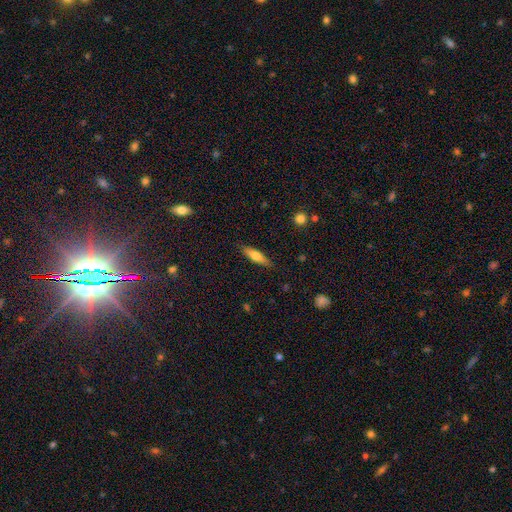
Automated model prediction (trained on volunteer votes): Smooth or featured? smooth (62%)
How rounded? cigar-shaped (65%)
Merging? none (87%)